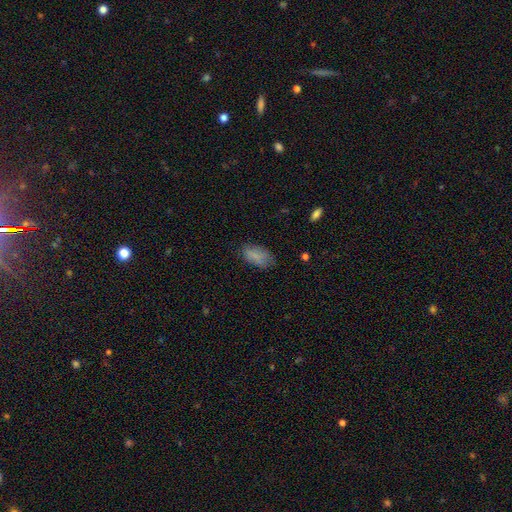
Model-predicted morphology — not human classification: Smooth or featured? Predicted: smooth (p=0.83). How rounded? Predicted: in between (p=0.92). Merging? Predicted: none (p=0.67).